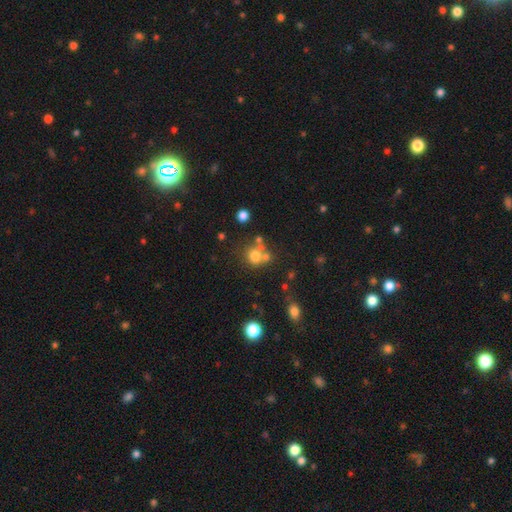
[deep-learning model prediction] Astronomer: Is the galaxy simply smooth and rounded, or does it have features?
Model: smooth — 71%.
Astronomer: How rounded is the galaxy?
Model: round — 83%.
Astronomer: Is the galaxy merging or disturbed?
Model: none — 49% (runner-up: merger, 34%).